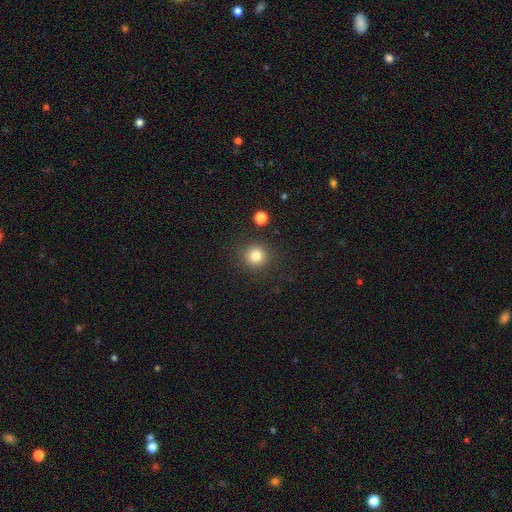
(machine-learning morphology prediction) smooth 82%, star or artifact 12%, featured or disk 6%. Down the decision tree: how rounded — round (92%); merging — none (87%).